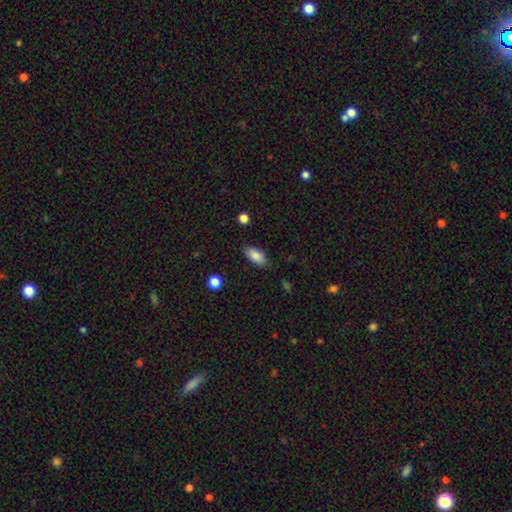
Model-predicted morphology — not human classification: Overall: smooth (86%). How rounded: in between (89%). Merging: none (84%).